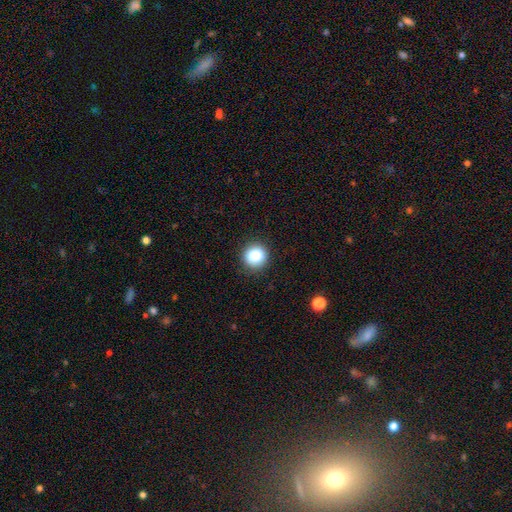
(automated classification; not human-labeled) smooth_or_featured: smooth (p=0.84) [alt: star or artifact p=0.10]
how_rounded: round (p=0.92) [alt: in between p=0.07]
merging: none (p=0.90) [alt: minor disturbance p=0.07]